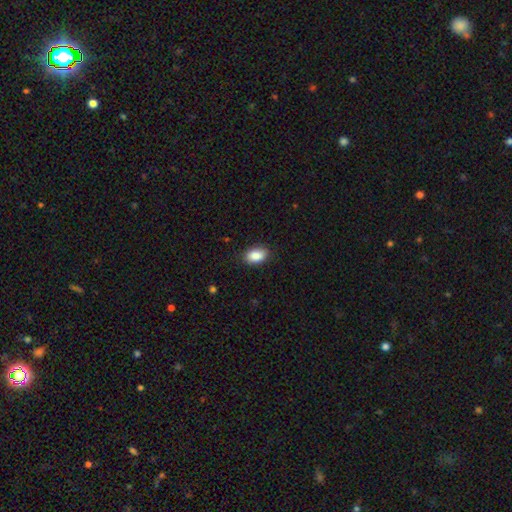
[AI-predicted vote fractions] smooth 89%, star or artifact 7%, featured or disk 4%. Down the decision tree: how rounded — in between (89%); merging — none (87%).